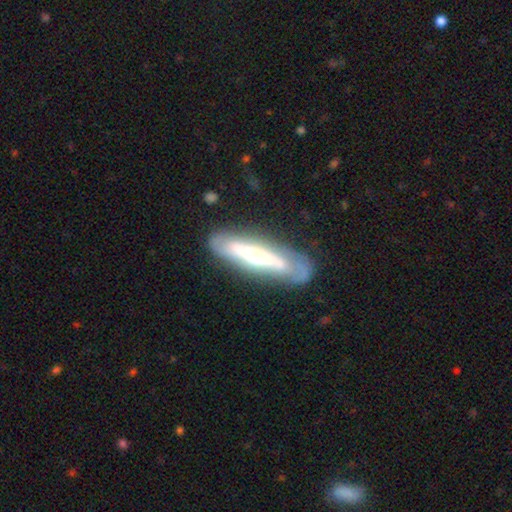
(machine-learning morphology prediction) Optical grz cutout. It shows a featured or disk galaxy (62%) viewed edge-on (53%). Merging: none (67%).